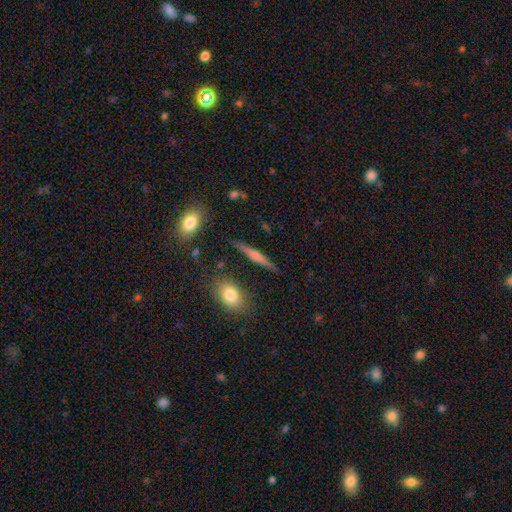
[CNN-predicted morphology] A featured or disk galaxy (56%) viewed edge-on (95%) with a rounded central bulge (61%).

Vote fractions:
- Smooth or featured? featured or disk: 56% / smooth: 36% / star or artifact: 8%
- Edge-on disk? yes: 95% / no: 5%
- Edge-on bulge? rounded: 61% / none: 26% / boxy: 13%
- Merging? none: 86% / minor disturbance: 9% / merger: 2% / major disturbance: 2%